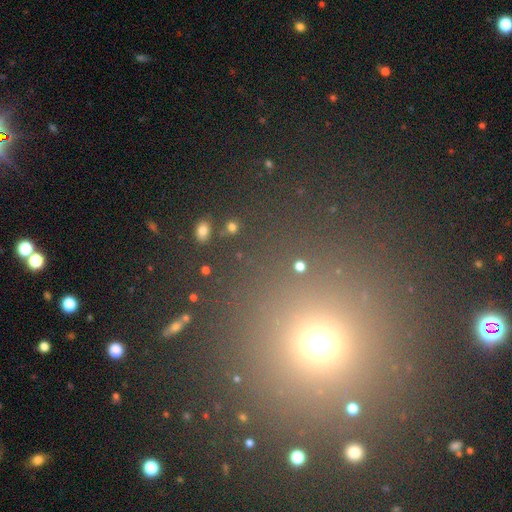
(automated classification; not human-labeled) A smooth galaxy with no disk features (48%).

Vote fractions:
- Smooth or featured? smooth: 48% / star or artifact: 46% / featured or disk: 7%
- Merging? none: 87% / minor disturbance: 6% / major disturbance: 3% / merger: 3%